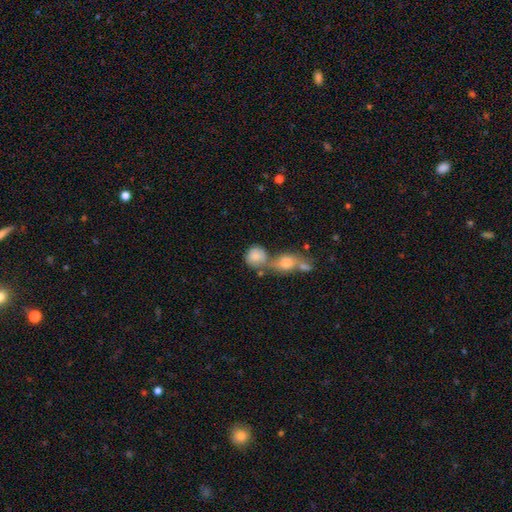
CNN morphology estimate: Overall: smooth (81%). How rounded: round (79%). Merging: merger (48%; none 34%).